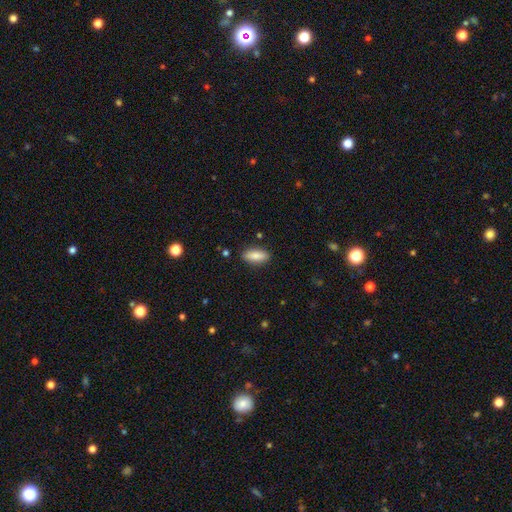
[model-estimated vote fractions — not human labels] Smooth or featured? smooth (83%)
How rounded? in between (78%)
Merging? none (87%)